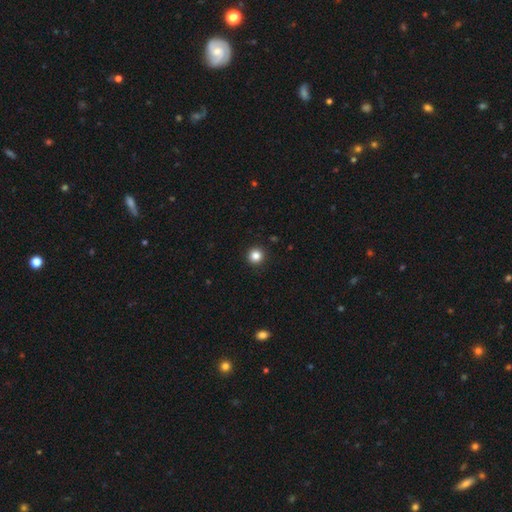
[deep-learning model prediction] A smooth galaxy with no disk features (85%) that is round (96%).

Vote fractions:
- Smooth or featured? smooth: 85% / star or artifact: 11% / featured or disk: 4%
- How rounded? round: 96% / in between: 4% / cigar-shaped: 1%
- Merging? none: 93% / minor disturbance: 4% / major disturbance: 1% / merger: 1%